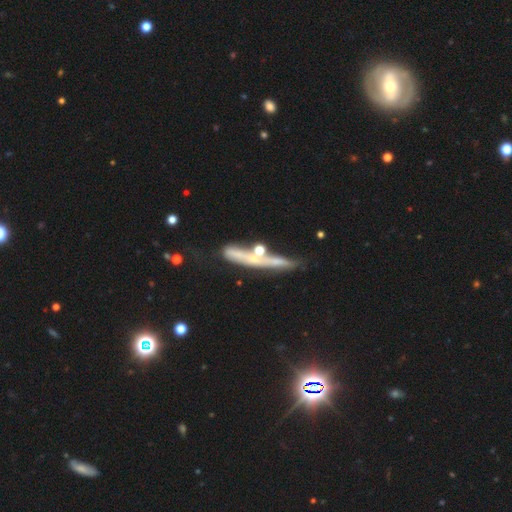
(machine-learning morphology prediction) Q: Smooth or featured?
A: featured or disk (52%); runner-up: smooth (37%)
Q: Edge-on disk?
A: yes (72%); runner-up: no (28%)
Q: Merging?
A: none (46%); runner-up: merger (24%)